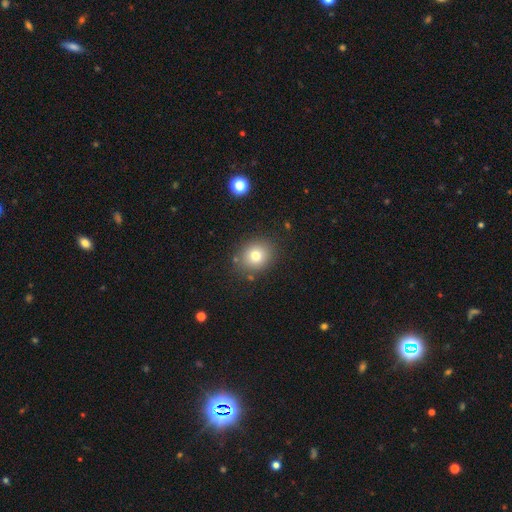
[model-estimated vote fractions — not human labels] Q: Smooth or featured?
A: smooth (77%); runner-up: star or artifact (13%)
Q: How rounded?
A: round (71%); runner-up: in between (28%)
Q: Merging?
A: none (84%); runner-up: minor disturbance (10%)